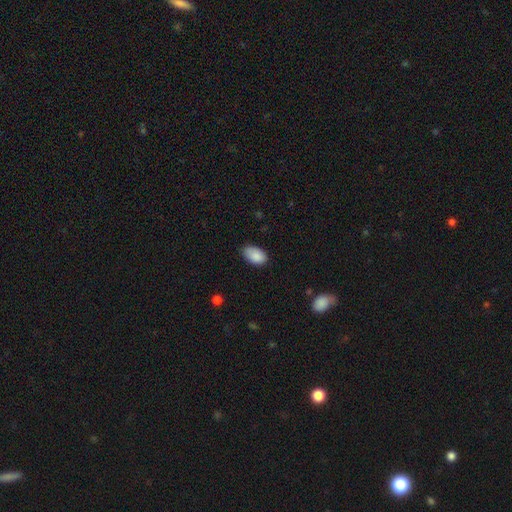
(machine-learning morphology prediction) Q: Smooth or featured?
A: smooth (89%); runner-up: star or artifact (7%)
Q: How rounded?
A: in between (93%); runner-up: round (6%)
Q: Merging?
A: none (74%); runner-up: minor disturbance (22%)